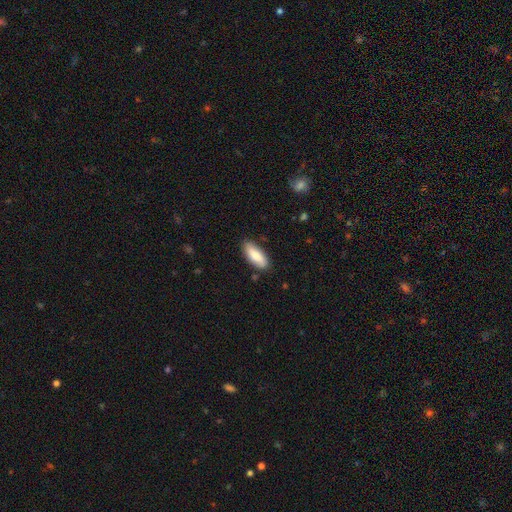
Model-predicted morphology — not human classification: This is likely a smooth galaxy (79%). How rounded: likely in between (76%). Merging: clearly none (83%).